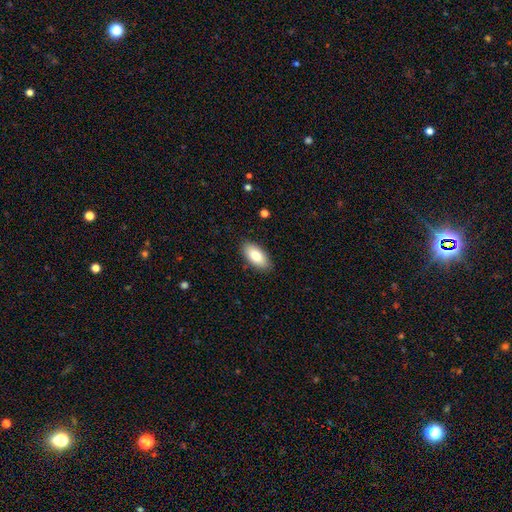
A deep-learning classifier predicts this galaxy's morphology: This is clearly a smooth galaxy (82%). How rounded: clearly in between (91%). Merging: clearly none (88%).